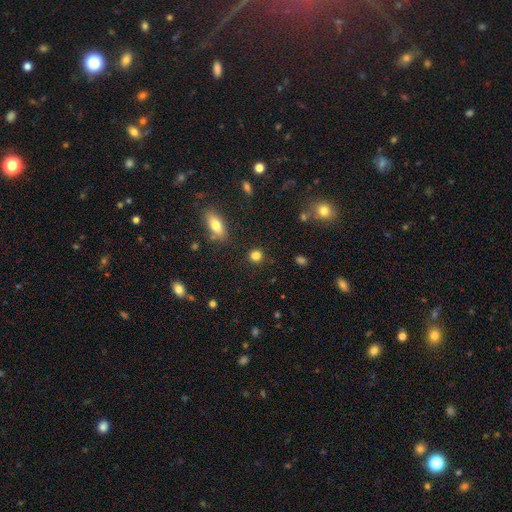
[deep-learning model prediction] Overall: smooth (83%). How rounded: round (85%). Merging: none (86%).